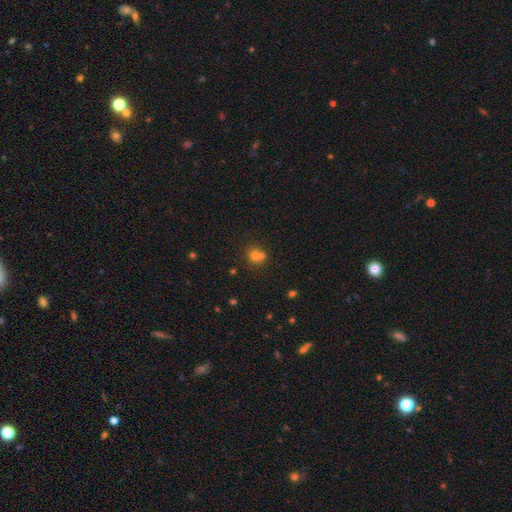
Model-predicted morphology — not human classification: type=smooth (70%); roundness=round (87%); merging=none (51%).